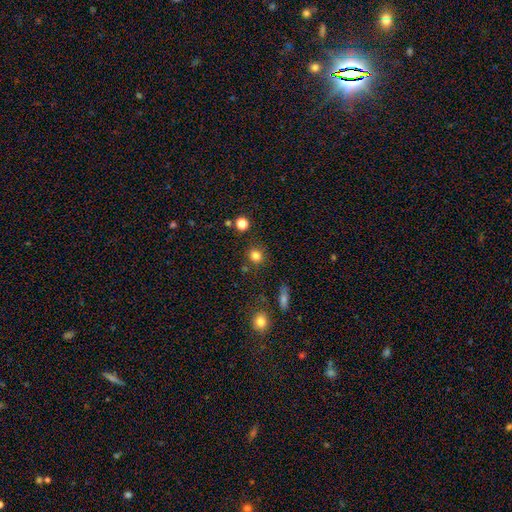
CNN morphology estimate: A smooth galaxy with no disk features (82%) that is round (86%). Merging: none (84%).